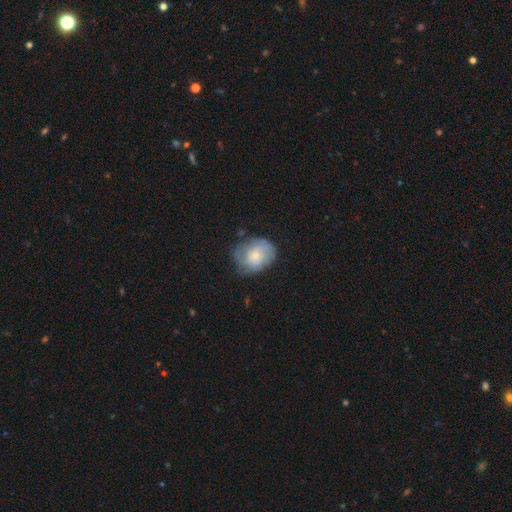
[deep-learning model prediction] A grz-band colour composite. It shows a featured or disk galaxy (47%). Merging: none (62%).